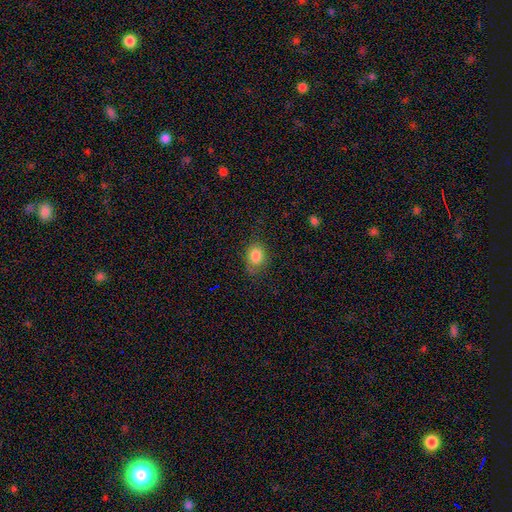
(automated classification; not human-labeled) Q: Smooth or featured?
A: smooth (83%); runner-up: star or artifact (9%)
Q: How rounded?
A: in between (69%); runner-up: round (30%)
Q: Merging?
A: none (69%); runner-up: minor disturbance (22%)